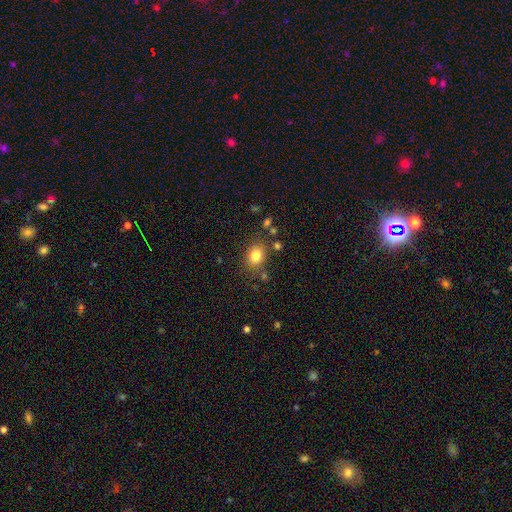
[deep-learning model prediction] Morphology: type=smooth (81%); roundness=in between (53%); merging=none (78%).